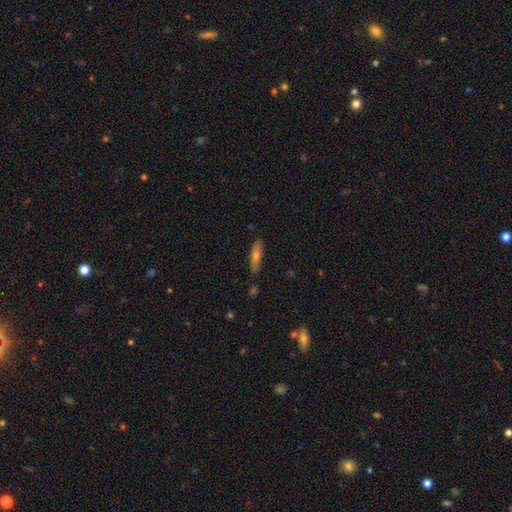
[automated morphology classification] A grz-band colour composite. It shows a smooth galaxy with no disk features (55%) that is cigar-shaped (79%). Merging: none (85%).